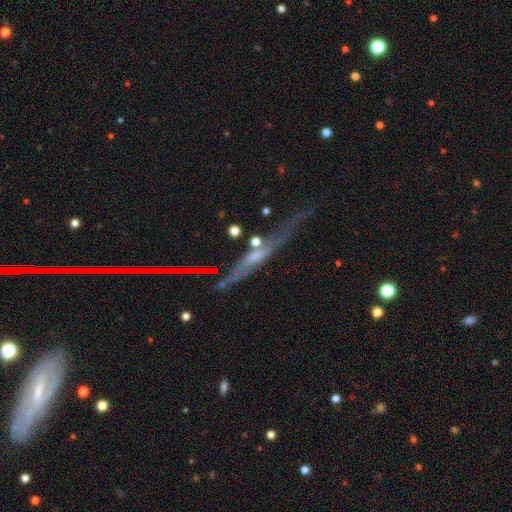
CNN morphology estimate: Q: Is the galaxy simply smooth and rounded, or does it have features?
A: featured or disk — 65%.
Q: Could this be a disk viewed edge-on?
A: yes — 87%.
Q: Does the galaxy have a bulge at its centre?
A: none — 48%.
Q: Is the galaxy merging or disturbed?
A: none — 68%.